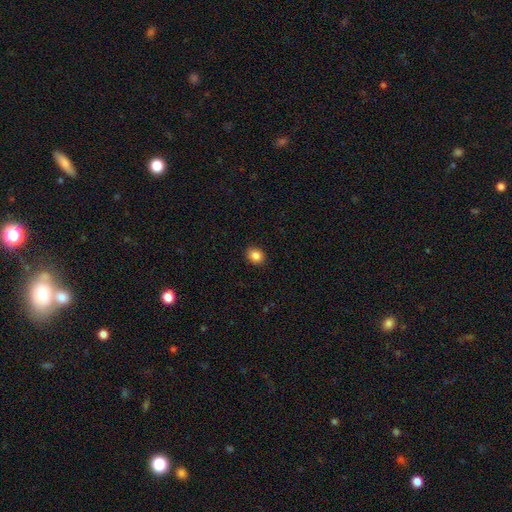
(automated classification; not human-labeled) Smooth or featured? Predicted: smooth (p=0.85). How rounded? Predicted: round (p=0.56). Merging? Predicted: none (p=0.91).